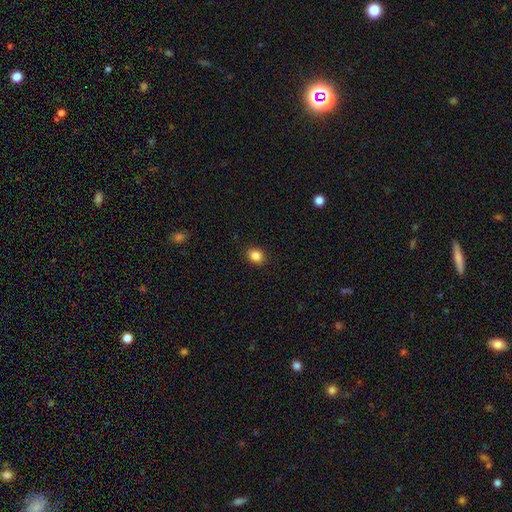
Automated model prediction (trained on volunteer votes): The model was most divided on "how rounded": round: 61%, in between: 38%, cigar-shaped: 1%. More confident: merging — none (90%); smooth or featured — smooth (86%).